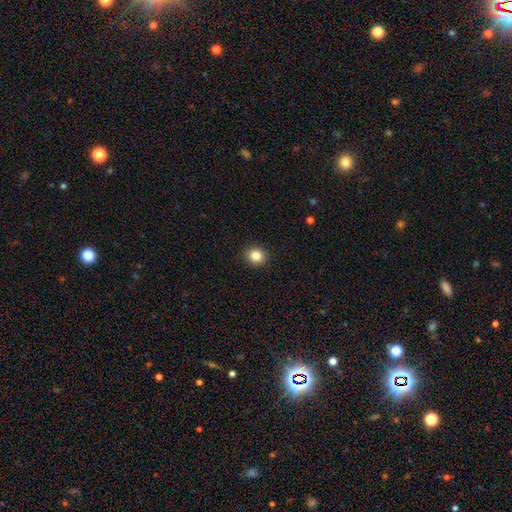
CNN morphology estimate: The model was most divided on "how rounded": round: 82%, in between: 17%, cigar-shaped: 1%. More confident: merging — none (91%); smooth or featured — smooth (85%).